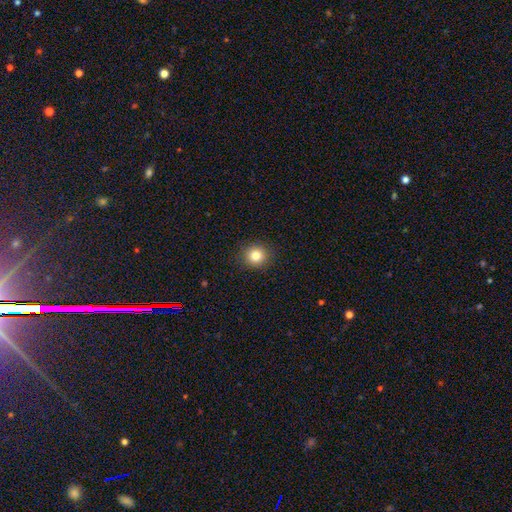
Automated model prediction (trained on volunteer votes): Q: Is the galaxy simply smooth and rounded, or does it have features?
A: smooth — 82%.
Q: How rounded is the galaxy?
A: round — 89%.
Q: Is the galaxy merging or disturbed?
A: none — 91%.